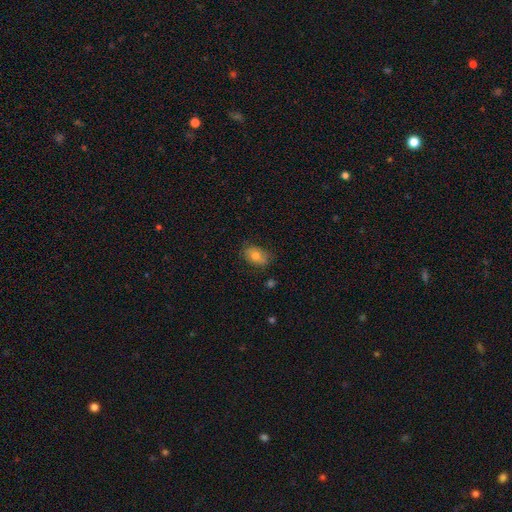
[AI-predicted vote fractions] smooth 74%, featured or disk 17%, star or artifact 9%. Down the decision tree: how rounded — in between (85%); merging — none (74%).